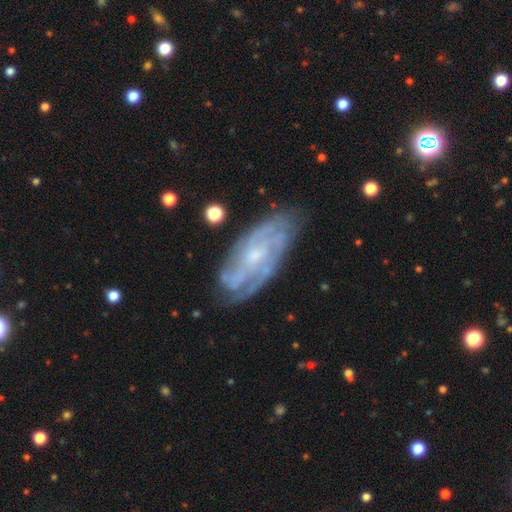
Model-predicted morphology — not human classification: smooth_or_featured: featured or disk (p=0.83) [alt: smooth p=0.11]
disk_edge_on: no (p=0.92) [alt: yes p=0.08]
bar: no (p=0.57) [alt: weak p=0.35]
has_spiral_arms: yes (p=0.94) [alt: no p=0.06]
spiral_winding: tight (p=0.60) [alt: medium p=0.32]
spiral_arm_count: can't tell (p=0.35) [alt: 3 p=0.21]
bulge_size: small (p=0.64) [alt: moderate p=0.27]
merging: none (p=0.76) [alt: minor disturbance p=0.17]